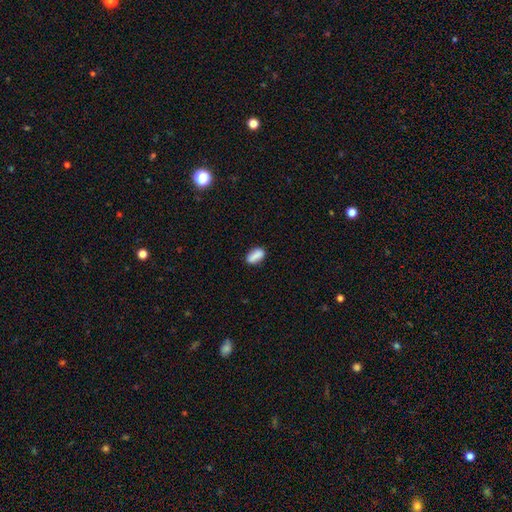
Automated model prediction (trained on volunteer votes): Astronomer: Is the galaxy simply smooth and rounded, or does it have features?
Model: smooth — 84%.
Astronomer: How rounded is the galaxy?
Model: in between — 81%.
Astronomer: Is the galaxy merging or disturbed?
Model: none — 78%.